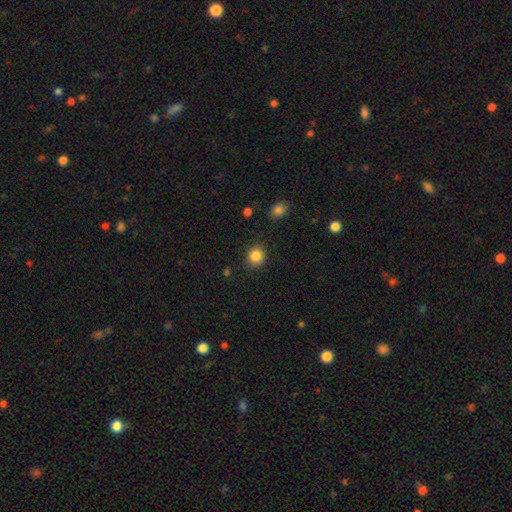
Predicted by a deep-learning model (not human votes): Smooth or featured? Predicted: smooth (p=0.86). How rounded? Predicted: round (p=0.86). Merging? Predicted: none (p=0.87).